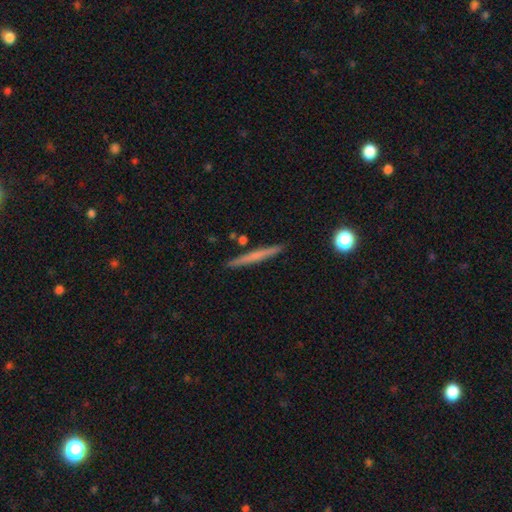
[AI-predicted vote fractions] smooth-or-featured: smooth: 54% | featured or disk: 40% | star or artifact: 6%
  how-rounded: cigar-shaped: 96% | in between: 2% | round: 2%
  merging: none: 90% | minor disturbance: 6% | merger: 2% | major disturbance: 1%